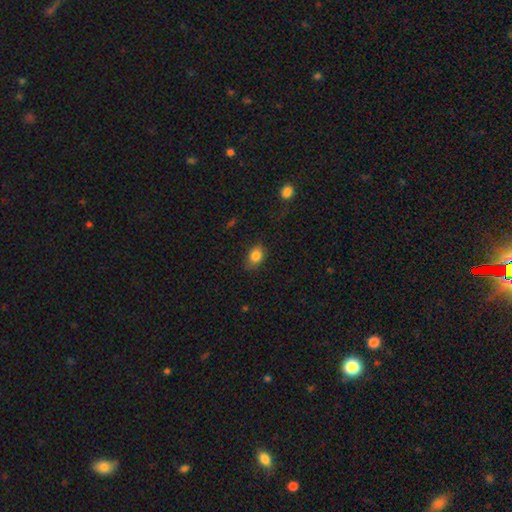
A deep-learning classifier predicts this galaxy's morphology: Smooth or featured? smooth (84%)
How rounded? in between (71%)
Merging? none (77%)